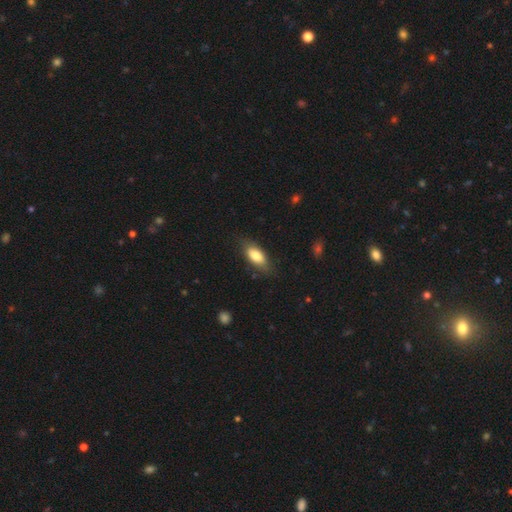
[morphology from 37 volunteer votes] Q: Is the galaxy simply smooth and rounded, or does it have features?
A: smooth — 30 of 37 (81%).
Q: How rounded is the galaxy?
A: in between — 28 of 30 (93%).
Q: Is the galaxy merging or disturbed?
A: none — 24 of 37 (65%).